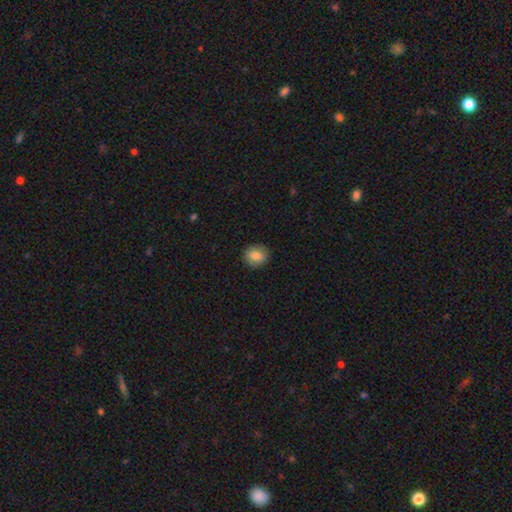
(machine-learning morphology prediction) This is clearly a smooth galaxy (82%). How rounded: likely round (72%). Merging: clearly none (85%).